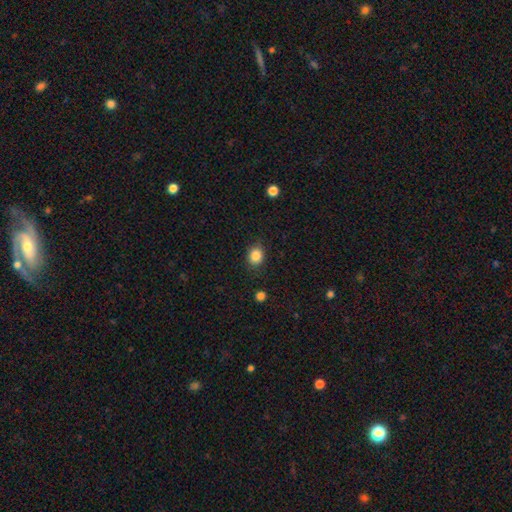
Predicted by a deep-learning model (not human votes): Morphology: type=smooth (85%); roundness=round (61%); merging=none (83%).